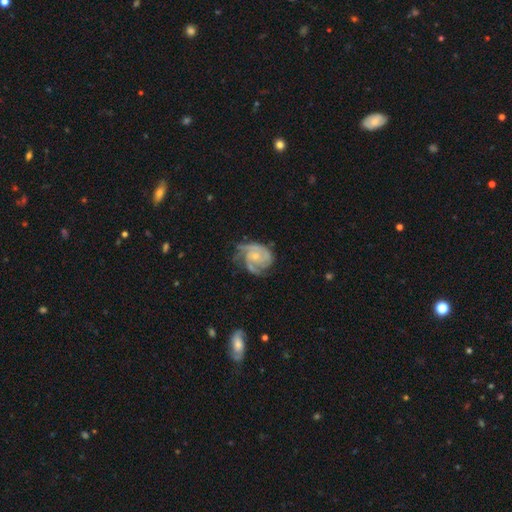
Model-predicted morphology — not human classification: The model was most divided on "spiral arm count": 3: 42%, 2: 26%, can't tell: 14%, 4: 8%, 1: 5%, more than 4: 4%. More confident: edge-on disk — no (98%); spiral arms — yes (96%); smooth or featured — featured or disk (86%); bar — no (76%); bulge size — small (67%); spiral winding — tight (55%); merging — none (55%).